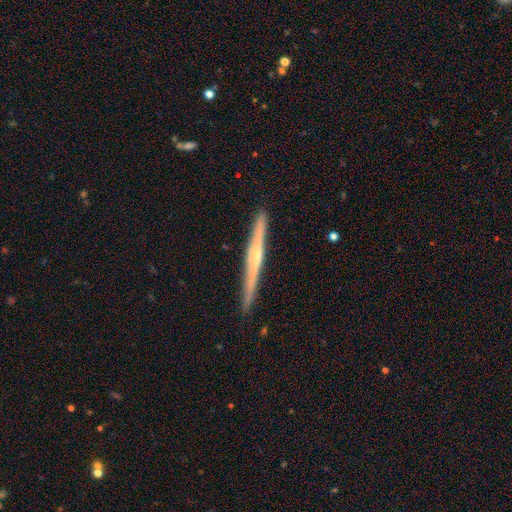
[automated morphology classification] This is likely a featured or disk galaxy (70%). It is clearly viewed edge-on (98%). Edge-on bulge: possibly rounded (52%). Merging: clearly none (90%).